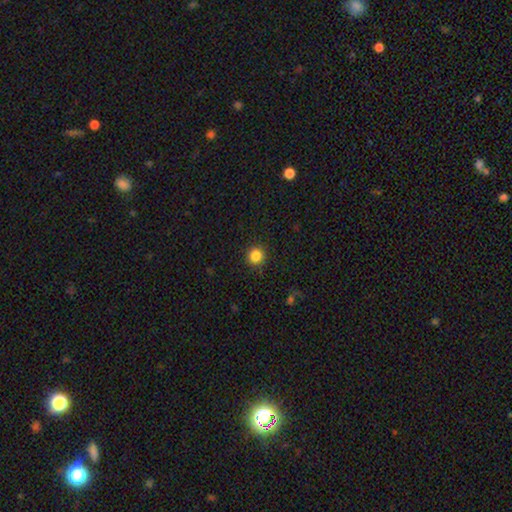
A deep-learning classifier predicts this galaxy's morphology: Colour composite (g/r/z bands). It shows a smooth galaxy with no disk features (85%) that is round (93%). Merging: none (91%).